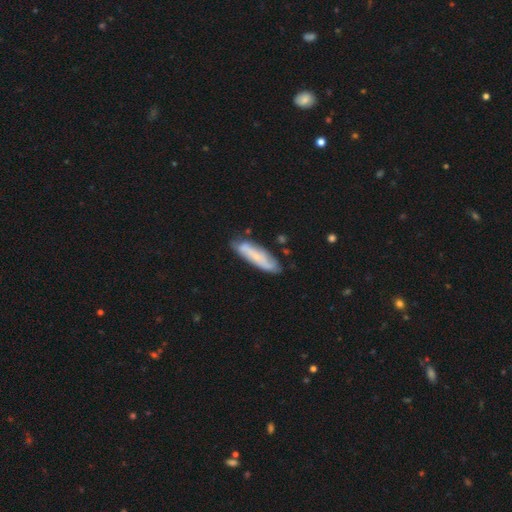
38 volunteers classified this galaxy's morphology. smooth-or-featured: featured or disk: 47% | smooth: 39% | star or artifact: 13%
  disk-edge-on: no: 67% | yes: 33%
    bar: no: 50% | strong: 25% | weak: 25%
    has-spiral-arms: yes: 58% | no: 42%
      spiral-winding: tight: 57% | loose: 43% | medium: 0%
      spiral-arm-count: 2: 57% | can't tell: 29% | 1: 14% | 3: 0% | 4: 0% | more than 4: 0%
    bulge-size: small: 83% | large: 8% | none: 8% | dominant: 0% | moderate: 0%
  merging: none: 73% | minor disturbance: 21% | major disturbance: 6% | merger: 0%